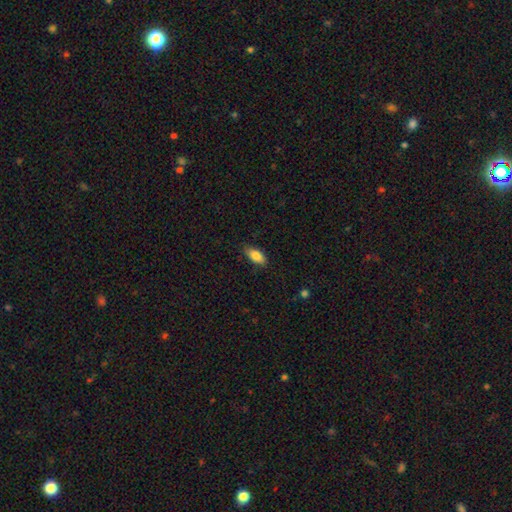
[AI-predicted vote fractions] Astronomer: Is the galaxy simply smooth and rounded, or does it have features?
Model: smooth — 84%.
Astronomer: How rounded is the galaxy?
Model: in between — 88%.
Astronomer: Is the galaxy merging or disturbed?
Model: none — 83%.